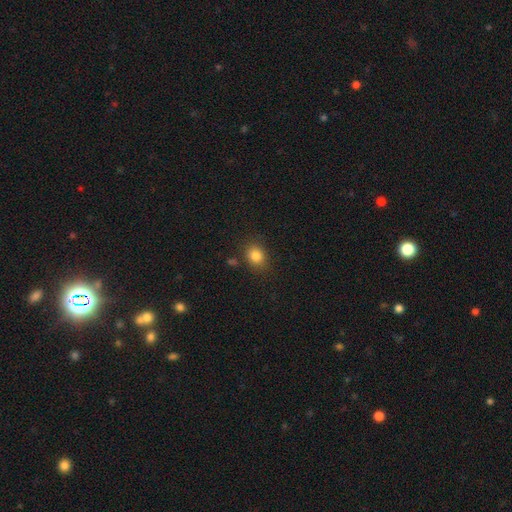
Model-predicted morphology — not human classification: Overall: smooth (83%). How rounded: round (62%; in between 37%). Merging: none (82%).